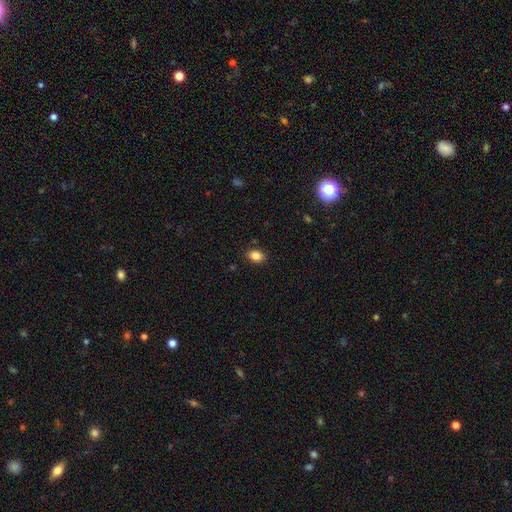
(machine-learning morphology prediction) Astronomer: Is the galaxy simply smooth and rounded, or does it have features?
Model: smooth — 86%.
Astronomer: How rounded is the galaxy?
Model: in between — 69%.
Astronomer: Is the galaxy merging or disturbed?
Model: none — 88%.